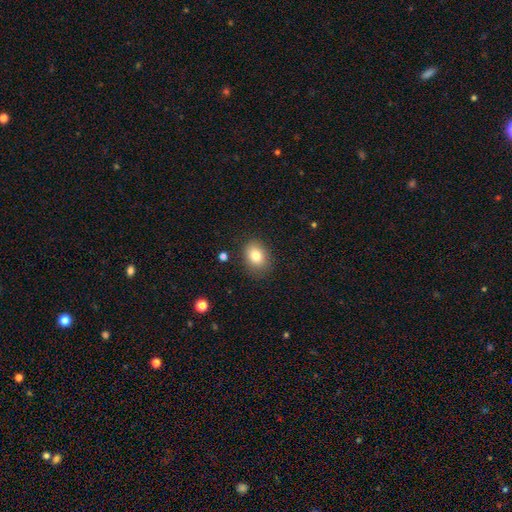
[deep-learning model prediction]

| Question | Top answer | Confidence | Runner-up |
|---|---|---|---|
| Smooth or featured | smooth | 81% | featured or disk (10%) |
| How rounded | in between | 59% | round (40%) |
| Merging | none | 83% | minor disturbance (12%) |